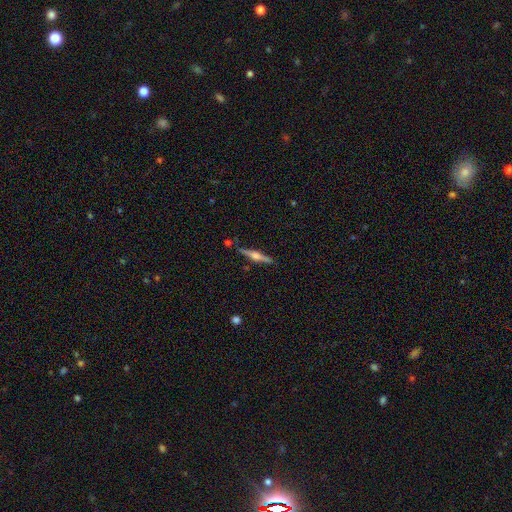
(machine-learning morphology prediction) Smooth or featured?
  - featured or disk: 74% *
  - smooth: 20%
  - star or artifact: 6%
Edge-on disk?
  - yes: 98% *
  - no: 2%
Edge-on bulge?
  - rounded: 87% *
  - boxy: 9%
  - none: 4%
Merging?
  - none: 85% *
  - minor disturbance: 9%
  - merger: 3%
  - major disturbance: 2%